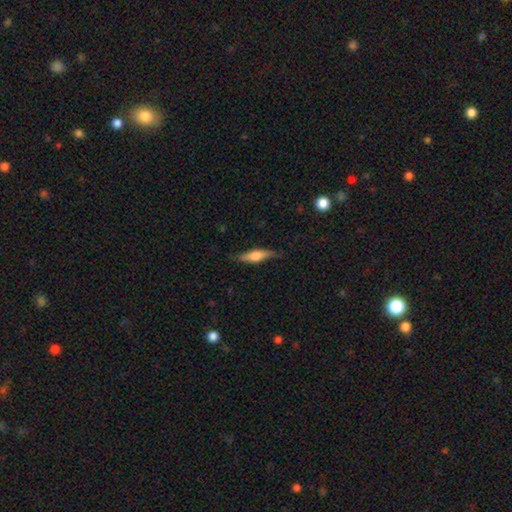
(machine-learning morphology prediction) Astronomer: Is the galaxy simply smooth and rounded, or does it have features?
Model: smooth — 50% (runner-up: featured or disk, 45%).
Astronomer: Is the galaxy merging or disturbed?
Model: none — 76%.